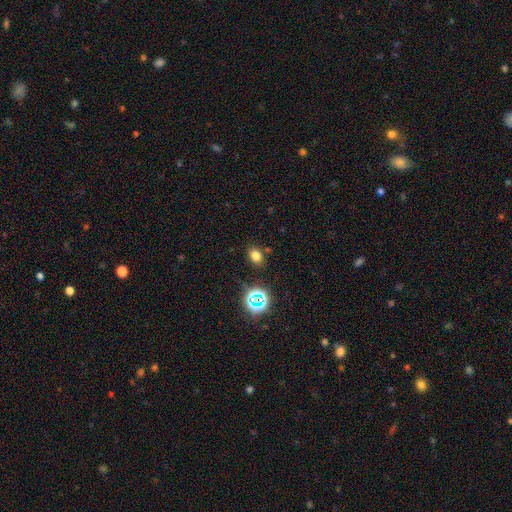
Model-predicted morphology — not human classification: The model was most divided on "how rounded": in between: 61%, round: 38%, cigar-shaped: 1%. More confident: merging — none (84%); smooth or featured — smooth (73%).